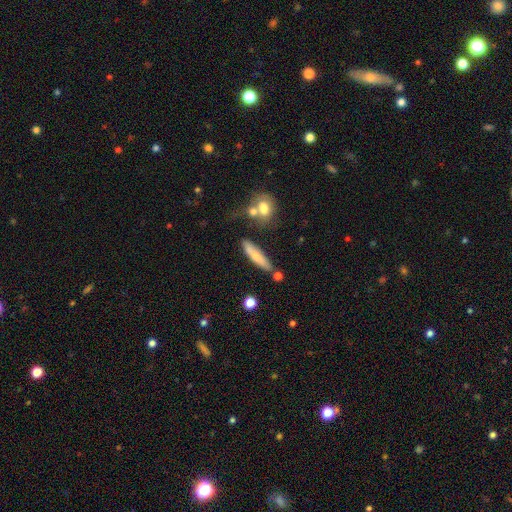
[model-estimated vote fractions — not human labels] Overall: smooth (67%; featured or disk 27%). How rounded: cigar-shaped (80%). Merging: none (73%).